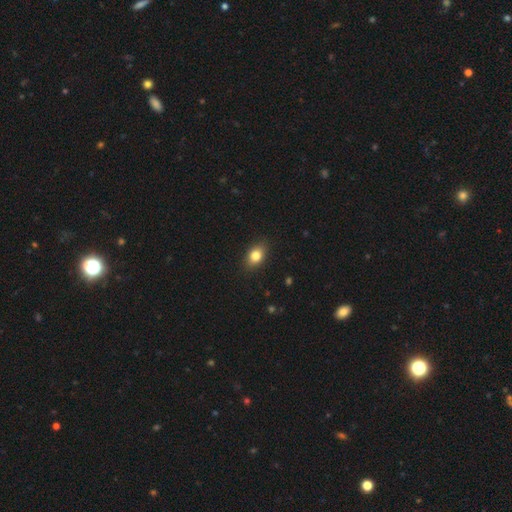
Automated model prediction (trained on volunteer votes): Smooth or featured?
  - smooth: 82% *
  - star or artifact: 9%
  - featured or disk: 9%
How rounded?
  - in between: 74% *
  - round: 24%
  - cigar-shaped: 2%
Merging?
  - none: 86% *
  - minor disturbance: 11%
  - major disturbance: 2%
  - merger: 1%